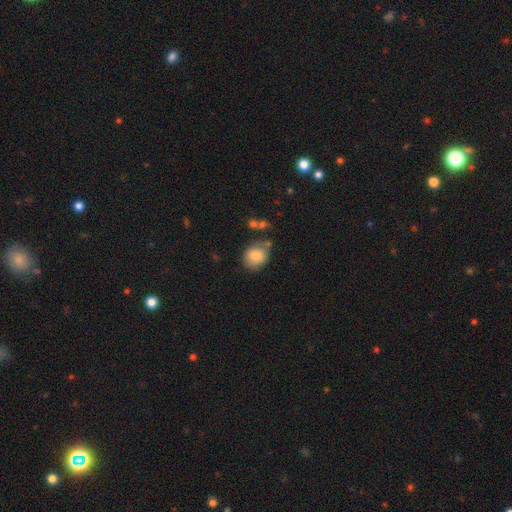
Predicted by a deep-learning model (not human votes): Overall: smooth (83%). How rounded: round (59%; in between 40%). Merging: none (68%).